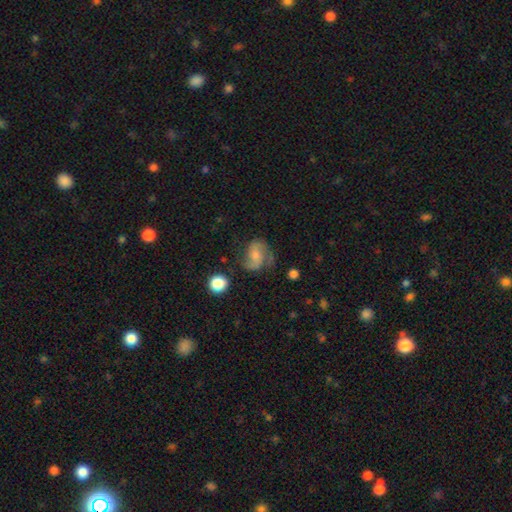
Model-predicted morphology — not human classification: The model was most divided on "bulge size": moderate: 41%, small: 40%, none: 12%, large: 6%, dominant: 2%. More confident: edge-on disk — no (97%); spiral arms — yes (86%); bar — no (60%); smooth or featured — featured or disk (57%); merging — none (52%).